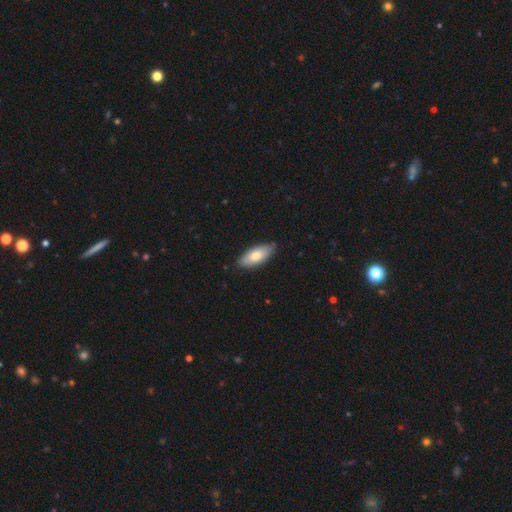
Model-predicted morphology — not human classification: Smooth or featured: smooth — 76% (featured or disk — 18%)
How rounded: in between — 85% (cigar-shaped — 13%)
Merging: none — 84% (minor disturbance — 13%)